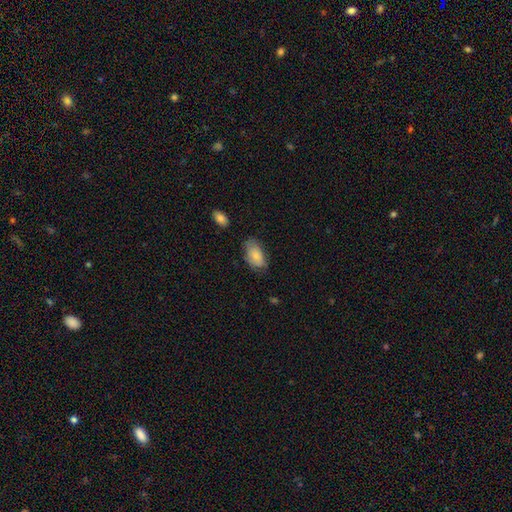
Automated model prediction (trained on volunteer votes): Overall: smooth (79%). How rounded: in between (93%). Merging: none (61%; minor disturbance 29%).